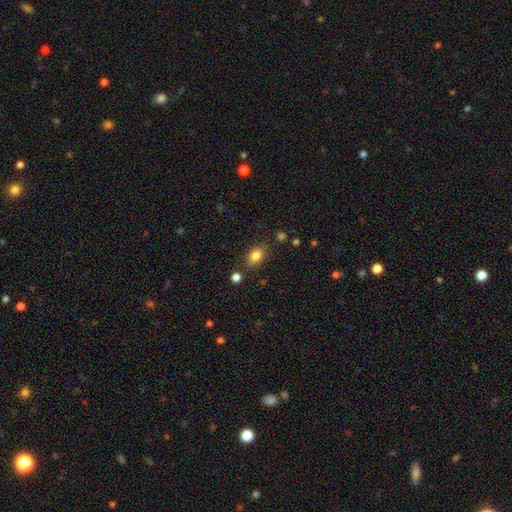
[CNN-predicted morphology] smooth-or-featured: smooth: 83% | star or artifact: 10% | featured or disk: 7%
  how-rounded: in between: 75% | round: 22% | cigar-shaped: 2%
  merging: none: 78% | minor disturbance: 14% | merger: 4% | major disturbance: 4%